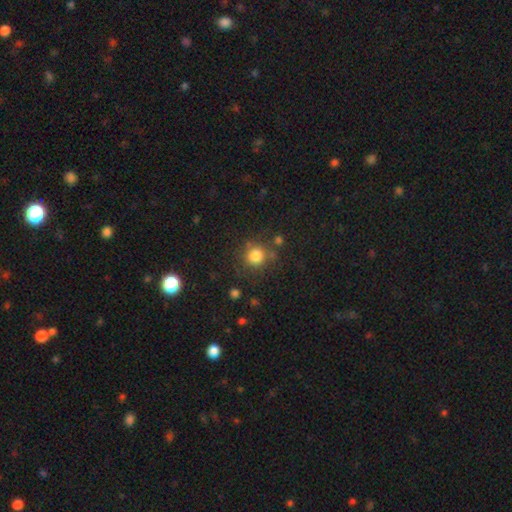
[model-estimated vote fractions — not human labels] smooth-or-featured: smooth: 81% | star or artifact: 12% | featured or disk: 6%
  how-rounded: round: 92% | in between: 7% | cigar-shaped: 1%
  merging: none: 77% | minor disturbance: 11% | merger: 6% | major disturbance: 5%